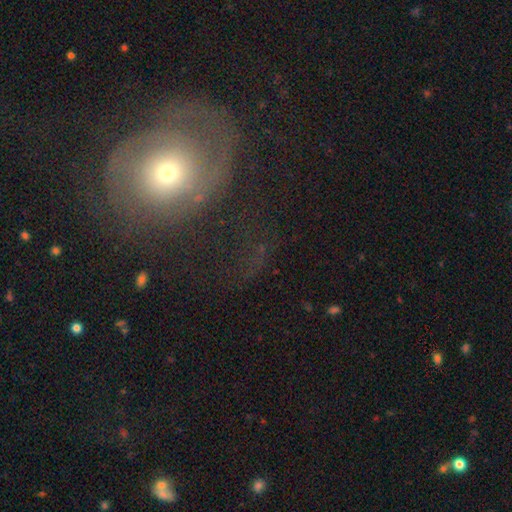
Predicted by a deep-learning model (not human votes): Smooth or featured: featured or disk — 55% (smooth — 27%)
Edge-on disk: no — 95% (yes — 5%)
Bar: no — 81% (weak — 14%)
Spiral arms: yes — 65% (no — 35%)
Bulge size: moderate — 48% (small — 44%)
Merging: none — 51% (major disturbance — 28%)